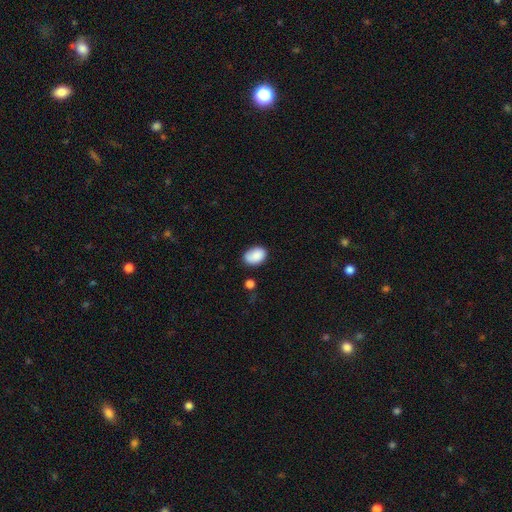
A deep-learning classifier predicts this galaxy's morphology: Q: Smooth or featured?
A: smooth (87%); runner-up: star or artifact (8%)
Q: How rounded?
A: in between (83%); runner-up: round (16%)
Q: Merging?
A: none (70%); runner-up: minor disturbance (21%)